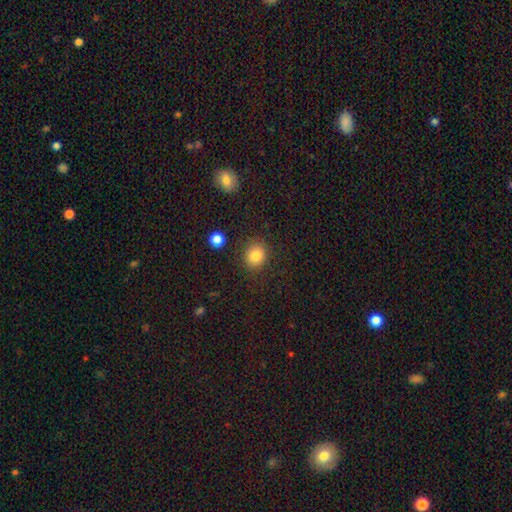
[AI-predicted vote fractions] A smooth galaxy with no disk features (84%) that is round (69%).

Vote fractions:
- Smooth or featured? smooth: 84% / star or artifact: 11% / featured or disk: 6%
- How rounded? round: 69% / in between: 30% / cigar-shaped: 1%
- Merging? none: 85% / minor disturbance: 9% / major disturbance: 3% / merger: 2%